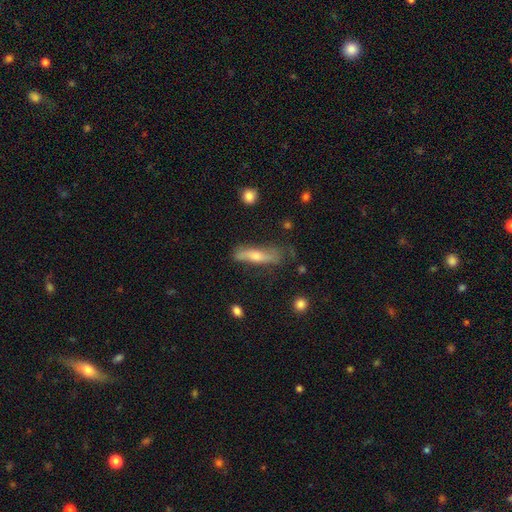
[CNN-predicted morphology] A featured or disk galaxy (48%).

Vote fractions:
- Smooth or featured? featured or disk: 48% / smooth: 45% / star or artifact: 7%
- Merging? none: 63% / minor disturbance: 25% / major disturbance: 9% / merger: 3%